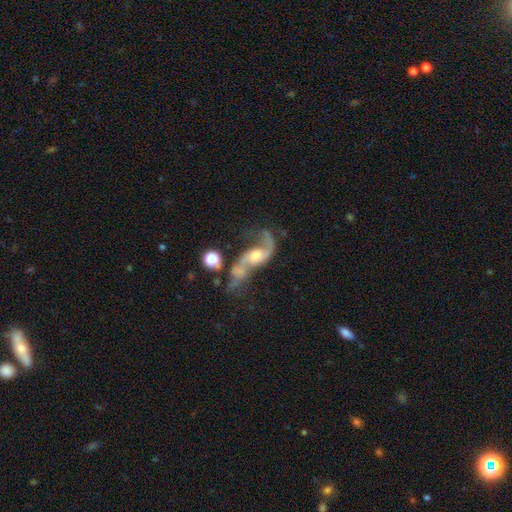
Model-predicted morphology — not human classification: Smooth or featured? Predicted: featured or disk (p=0.80). Edge-on disk? Predicted: no (p=0.92). Bar? Predicted: no (p=0.53). Spiral arms? Predicted: yes (p=0.87). Spiral winding? Predicted: loose (p=0.75). Spiral arm count? Predicted: 2 (p=0.77). Bulge size? Predicted: moderate (p=0.53). Merging? Predicted: merger (p=0.34).